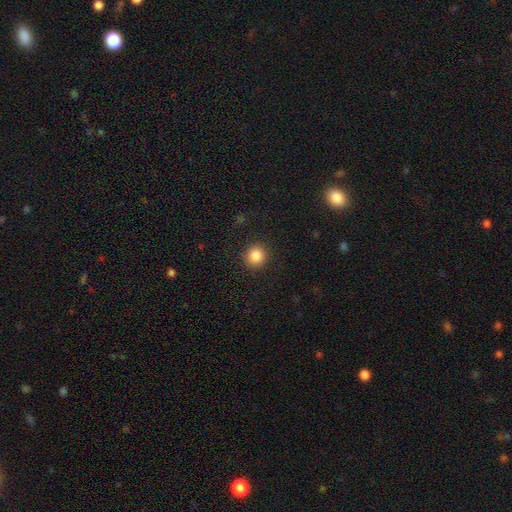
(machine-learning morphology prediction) Q: Smooth or featured?
A: smooth (85%); runner-up: star or artifact (10%)
Q: How rounded?
A: round (92%); runner-up: in between (7%)
Q: Merging?
A: none (91%); runner-up: minor disturbance (6%)